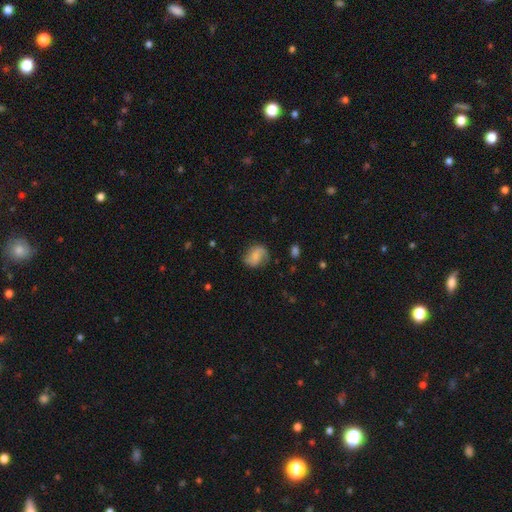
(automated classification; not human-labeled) smooth-or-featured: smooth: 55% | featured or disk: 36% | star or artifact: 9%
  how-rounded: in between: 54% | round: 44% | cigar-shaped: 2%
  merging: none: 67% | minor disturbance: 23% | major disturbance: 9% | merger: 2%